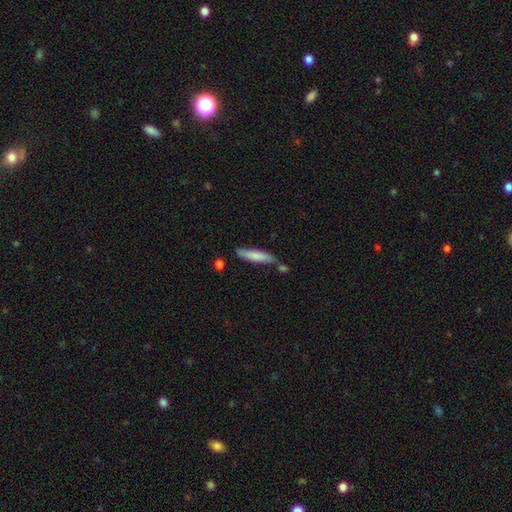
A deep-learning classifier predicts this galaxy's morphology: A smooth galaxy with no disk features (78%) that is cigar-shaped (83%). Merging: none (69%).